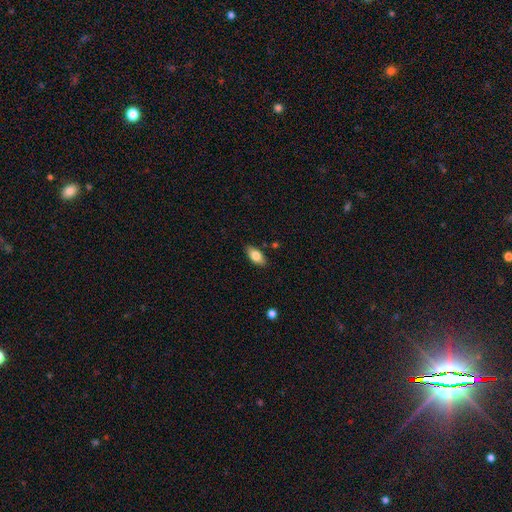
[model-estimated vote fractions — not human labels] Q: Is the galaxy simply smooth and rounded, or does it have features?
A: smooth — 79%.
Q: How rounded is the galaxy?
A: in between — 90%.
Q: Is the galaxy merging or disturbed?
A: none — 86%.